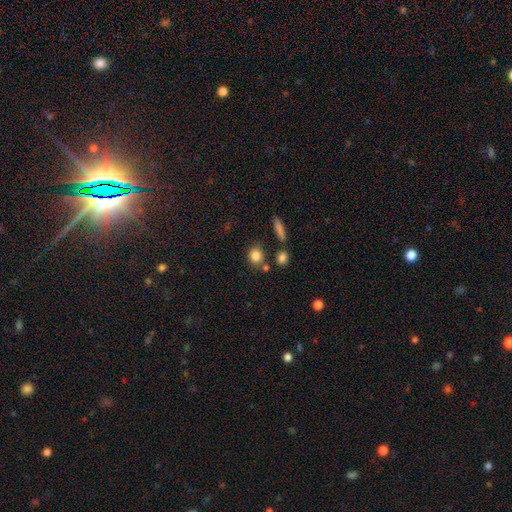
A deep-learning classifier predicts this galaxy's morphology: Smooth or featured? smooth (84%)
How rounded? round (72%)
Merging? none (71%)